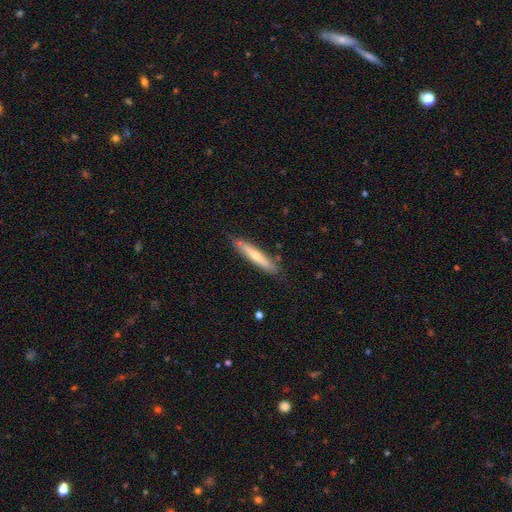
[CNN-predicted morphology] smooth_or_featured: smooth (p=0.50) [alt: featured or disk p=0.45]
merging: none (p=0.83) [alt: minor disturbance p=0.13]